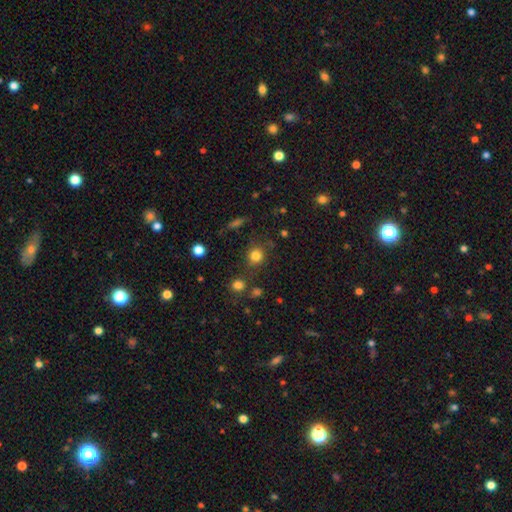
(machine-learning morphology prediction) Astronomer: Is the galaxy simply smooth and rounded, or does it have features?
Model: smooth — 80%.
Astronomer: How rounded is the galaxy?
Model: round — 85%.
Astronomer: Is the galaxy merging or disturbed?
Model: none — 78%.